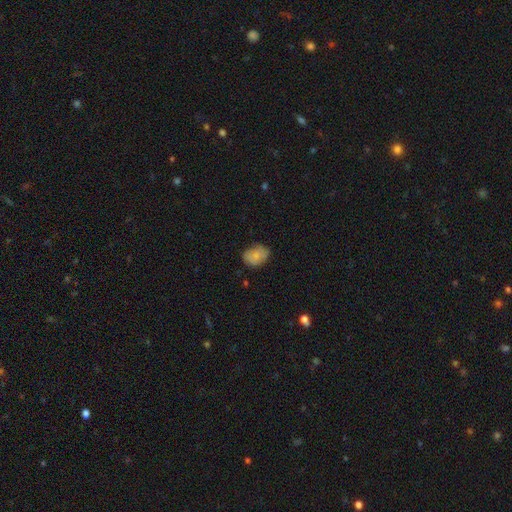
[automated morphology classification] smooth-or-featured: smooth: 77% | featured or disk: 15% | star or artifact: 8%
  how-rounded: in between: 68% | round: 31% | cigar-shaped: 1%
  merging: none: 68% | minor disturbance: 25% | major disturbance: 5% | merger: 1%